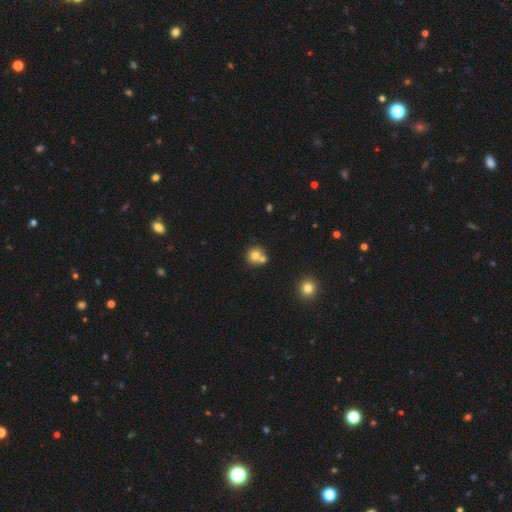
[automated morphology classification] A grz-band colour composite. It shows a smooth galaxy with no disk features (75%) that is round (87%). Merging: none (50%).